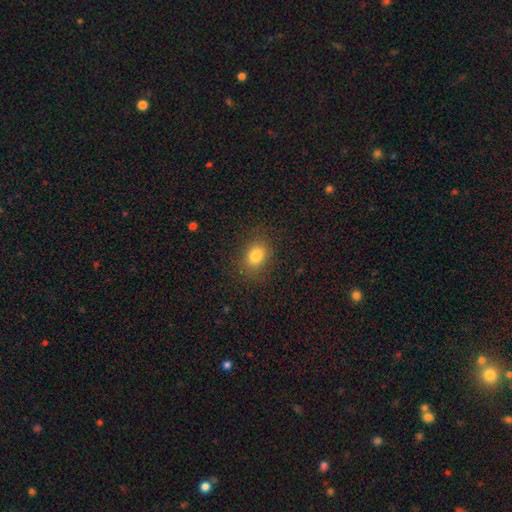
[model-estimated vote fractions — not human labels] This appears to be a smooth galaxy with no disk features (82%) that is in between round and cigar-shaped (58%). Merging: none (84%).